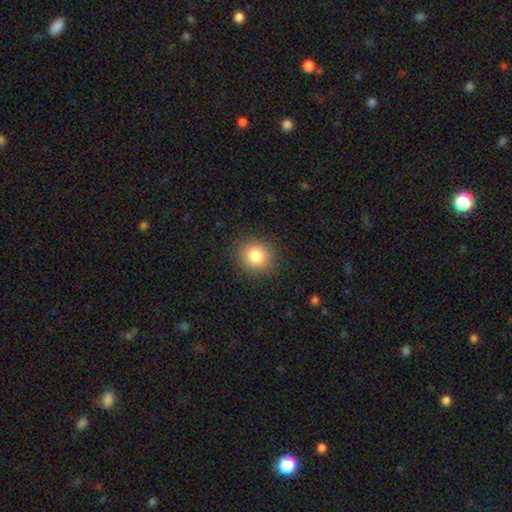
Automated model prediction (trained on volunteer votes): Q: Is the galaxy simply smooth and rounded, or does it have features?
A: smooth — 84%.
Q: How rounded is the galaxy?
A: round — 87%.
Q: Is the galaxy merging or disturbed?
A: none — 89%.